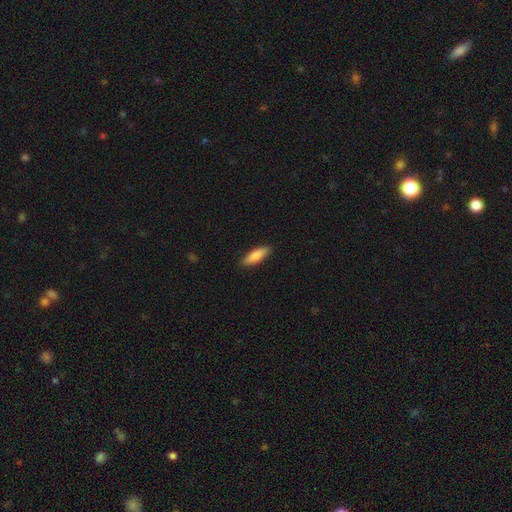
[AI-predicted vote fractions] smooth-or-featured: smooth: 81% | featured or disk: 14% | star or artifact: 5%
  how-rounded: cigar-shaped: 53% | in between: 46% | round: 2%
  merging: none: 90% | minor disturbance: 8% | major disturbance: 2% | merger: 1%